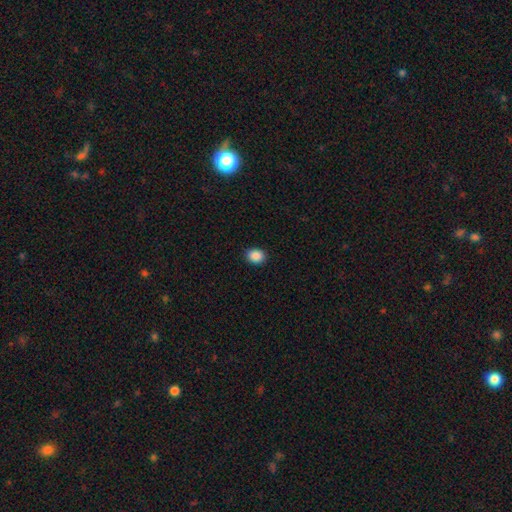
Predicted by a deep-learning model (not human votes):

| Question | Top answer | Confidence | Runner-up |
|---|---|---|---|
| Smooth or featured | smooth | 88% | star or artifact (9%) |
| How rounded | round | 55% | in between (44%) |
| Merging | none | 91% | minor disturbance (7%) |